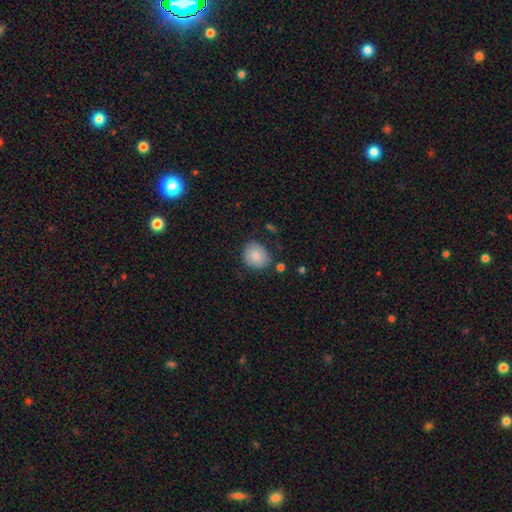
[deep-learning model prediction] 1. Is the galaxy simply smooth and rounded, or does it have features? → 80% smooth, 11% featured or disk, 8% star or artifact.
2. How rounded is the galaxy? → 67% round, 32% in between, 1% cigar-shaped.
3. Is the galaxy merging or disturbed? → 76% none, 17% minor disturbance, 4% major disturbance, 4% merger.